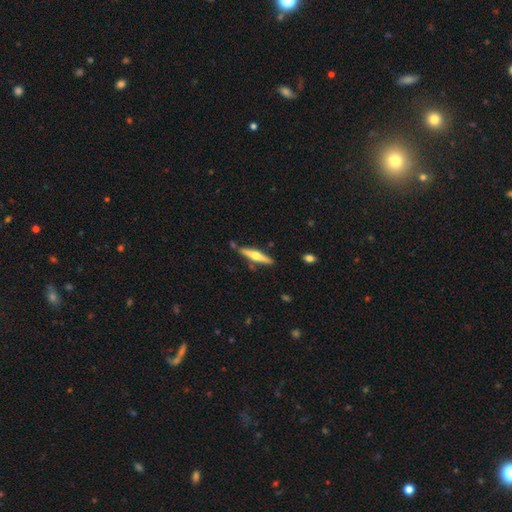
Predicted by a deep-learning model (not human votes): This is possibly a featured or disk galaxy (60%). It is clearly viewed edge-on (96%). Edge-on bulge: clearly rounded (91%). Merging: clearly none (83%).